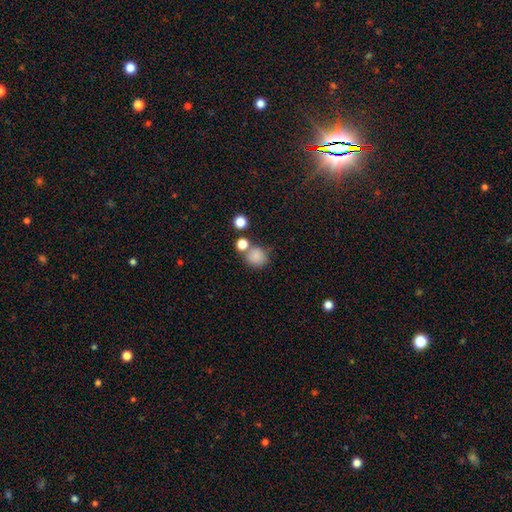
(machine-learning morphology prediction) type=smooth (83%); roundness=round (84%); merging=none (62%).